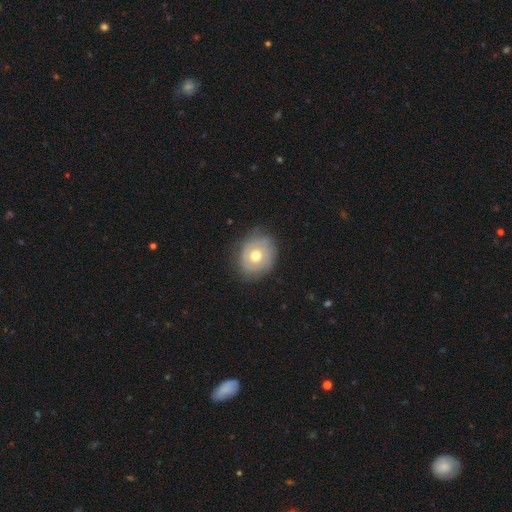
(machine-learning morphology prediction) Smooth or featured? featured or disk (47%)
Merging? none (77%)